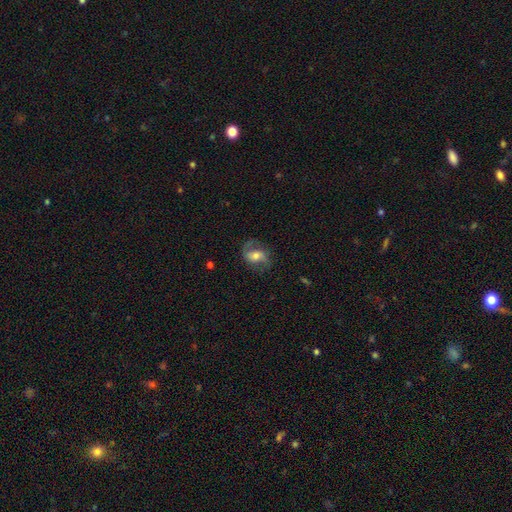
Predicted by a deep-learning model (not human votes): A featured or disk galaxy (67%) with no bar (42%), 2 (85%) medium (46%) spiral arms (89%) and a moderate central bulge (59%). Merging: none (69%).